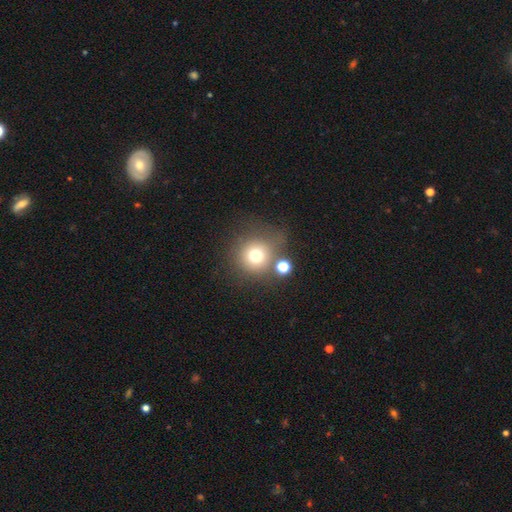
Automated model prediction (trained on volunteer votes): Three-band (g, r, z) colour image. It shows a smooth galaxy with no disk features (72%) that is round (92%). Merging: none (66%).